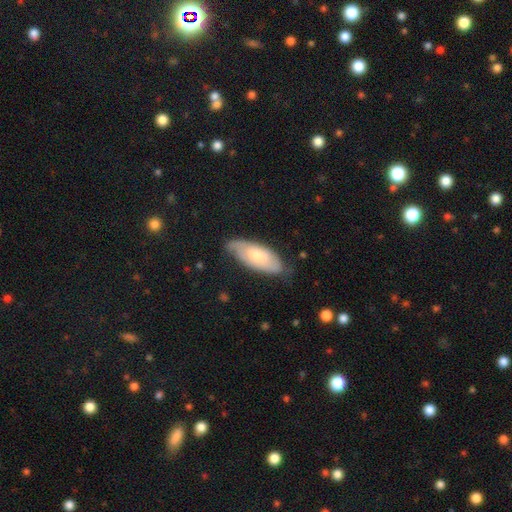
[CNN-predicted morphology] smooth-or-featured: smooth: 49% | featured or disk: 45% | star or artifact: 6%
  merging: none: 69% | minor disturbance: 24% | major disturbance: 5% | merger: 1%